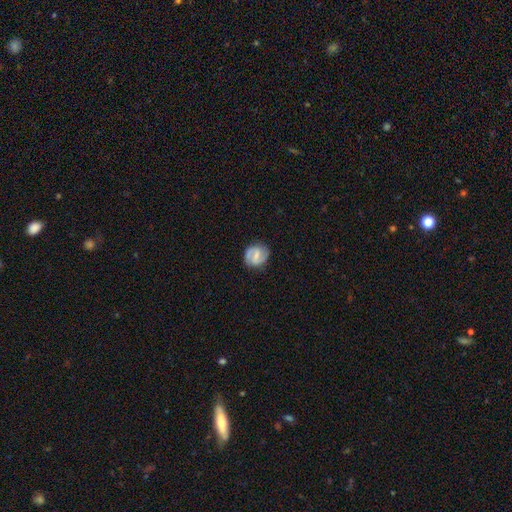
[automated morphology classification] smooth_or_featured: featured or disk (p=0.67) [alt: smooth p=0.26]
disk_edge_on: no (p=0.98) [alt: yes p=0.02]
bar: weak (p=0.48) [alt: strong p=0.35]
has_spiral_arms: yes (p=0.88) [alt: no p=0.12]
spiral_winding: medium (p=0.47) [alt: tight p=0.33]
spiral_arm_count: 2 (p=0.87) [alt: can't tell p=0.06]
bulge_size: small (p=0.45) [alt: moderate p=0.27]
merging: none (p=0.84) [alt: minor disturbance p=0.11]